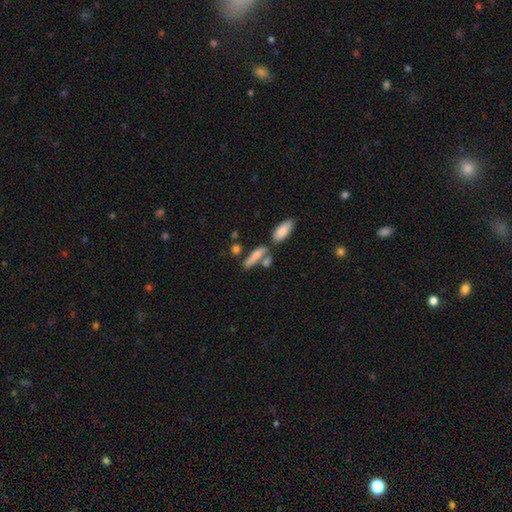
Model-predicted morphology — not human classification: This appears to be a smooth galaxy with no disk features (73%) that is cigar-shaped (60%). Merging: none (52%).